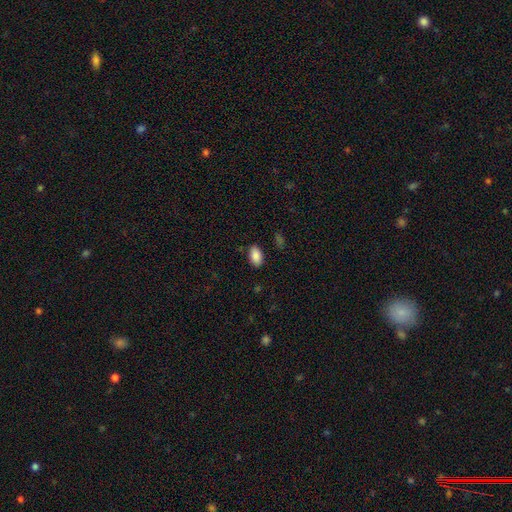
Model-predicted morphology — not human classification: Smooth or featured? smooth (88%)
How rounded? in between (93%)
Merging? none (85%)